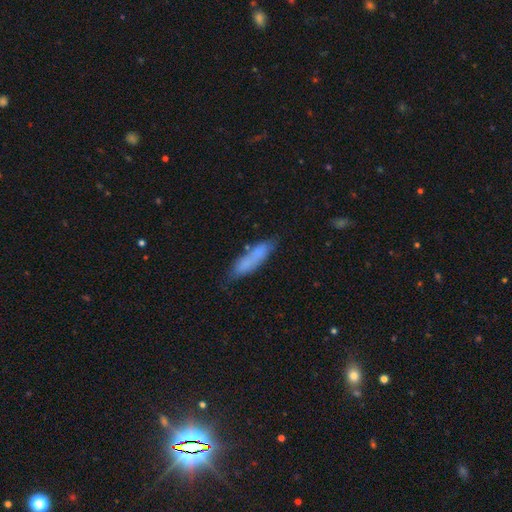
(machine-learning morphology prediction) smooth-or-featured: smooth: 74% | featured or disk: 18% | star or artifact: 8%
  how-rounded: cigar-shaped: 68% | in between: 30% | round: 2%
  merging: none: 62% | minor disturbance: 22% | merger: 9% | major disturbance: 6%